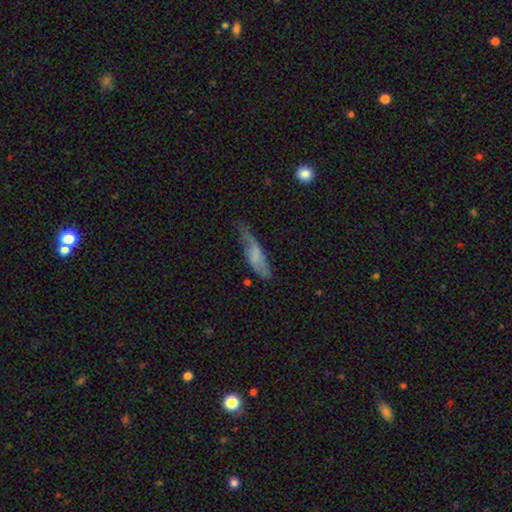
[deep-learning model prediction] Q: Smooth or featured?
A: smooth (55%); runner-up: featured or disk (37%)
Q: How rounded?
A: cigar-shaped (58%); runner-up: in between (39%)
Q: Merging?
A: none (41%); runner-up: minor disturbance (35%)